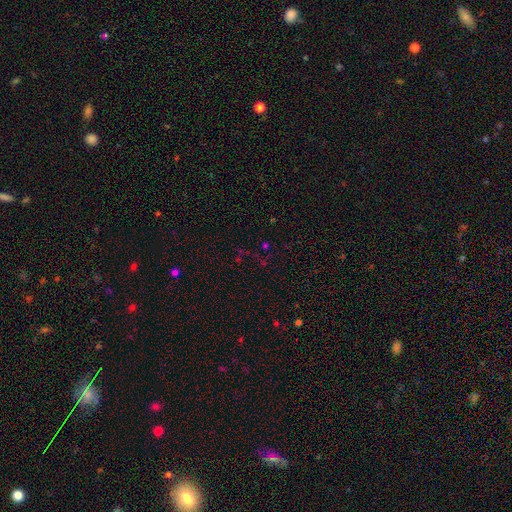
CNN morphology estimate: The model was most divided on "smooth or featured": star or artifact: 66%, smooth: 25%, featured or disk: 10%.